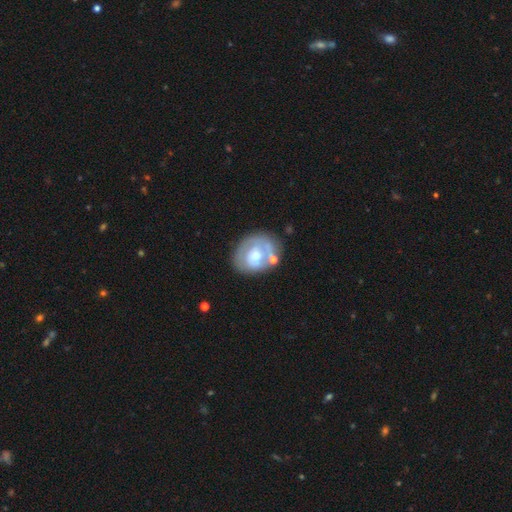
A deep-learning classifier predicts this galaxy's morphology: Smooth or featured?
  - featured or disk: 51% *
  - smooth: 43%
  - star or artifact: 7%
Edge-on disk?
  - no: 96% *
  - yes: 4%
Merging?
  - none: 58% *
  - minor disturbance: 22%
  - major disturbance: 11%
  - merger: 10%